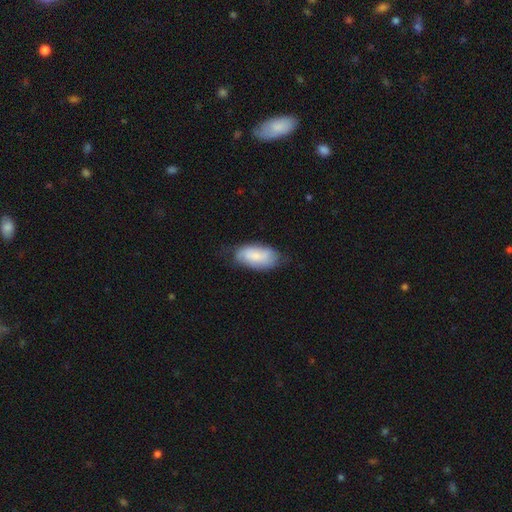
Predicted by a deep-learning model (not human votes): Smooth or featured?
  - smooth: 69% *
  - featured or disk: 25%
  - star or artifact: 7%
How rounded?
  - in between: 93% *
  - cigar-shaped: 4%
  - round: 3%
Merging?
  - none: 62% *
  - minor disturbance: 29%
  - major disturbance: 8%
  - merger: 1%